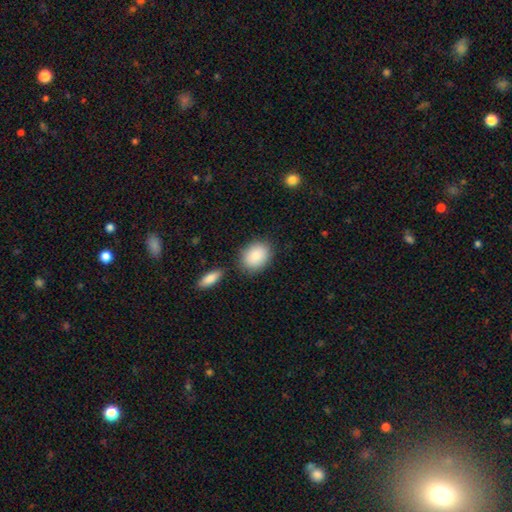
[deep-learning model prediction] Smooth or featured?
  - smooth: 88% *
  - star or artifact: 6%
  - featured or disk: 6%
How rounded?
  - in between: 73% *
  - round: 26%
  - cigar-shaped: 1%
Merging?
  - none: 77% *
  - minor disturbance: 12%
  - merger: 7%
  - major disturbance: 3%